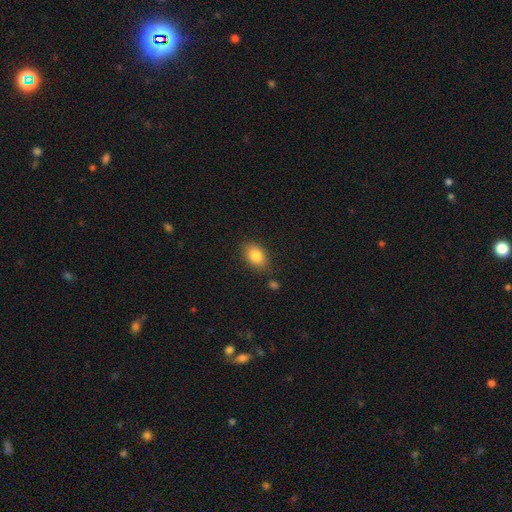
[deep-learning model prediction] Smooth or featured? Predicted: smooth (p=0.83). How rounded? Predicted: in between (p=0.83). Merging? Predicted: none (p=0.80).